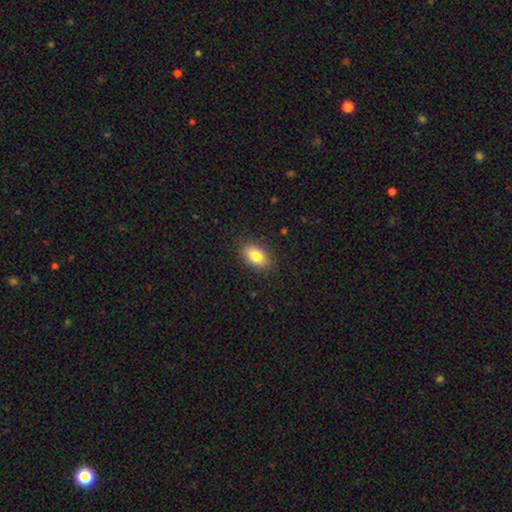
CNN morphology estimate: smooth_or_featured: smooth (p=0.84) [alt: star or artifact p=0.08]
how_rounded: in between (p=0.89) [alt: round p=0.09]
merging: none (p=0.87) [alt: minor disturbance p=0.10]